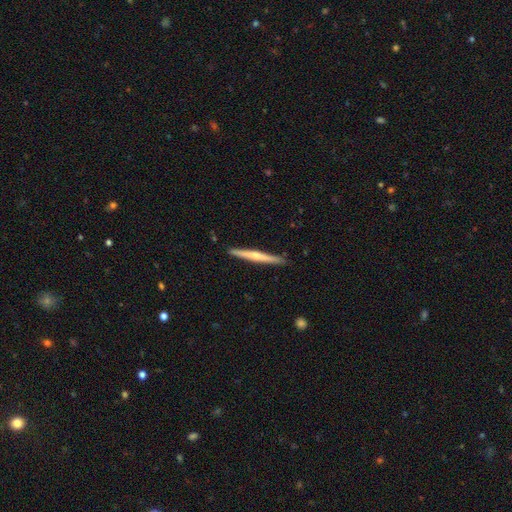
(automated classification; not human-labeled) Smooth or featured? featured or disk (60%)
Edge-on disk? yes (98%)
Edge-on bulge? rounded (72%)
Merging? none (90%)